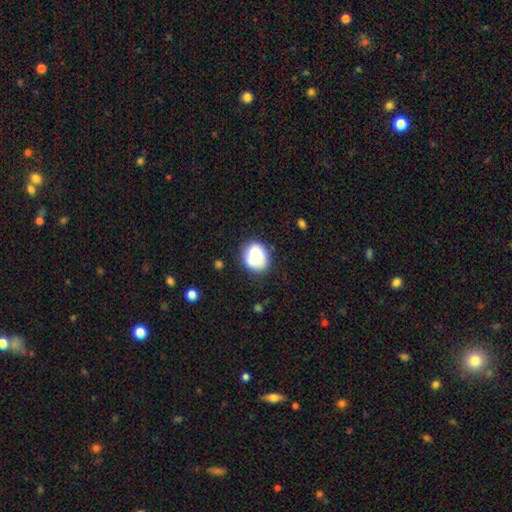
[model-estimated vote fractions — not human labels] Morphology: type=smooth (78%); roundness=round (66%); merging=none (75%).